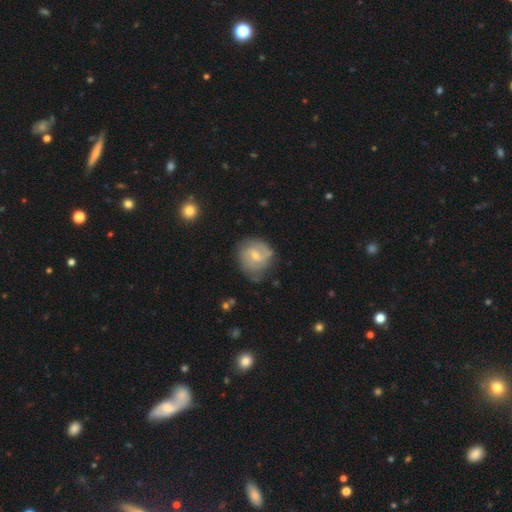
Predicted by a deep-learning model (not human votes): smooth_or_featured: featured or disk (p=0.66) [alt: smooth p=0.28]
disk_edge_on: no (p=0.98) [alt: yes p=0.02]
bar: weak (p=0.59) [alt: no p=0.30]
has_spiral_arms: yes (p=0.87) [alt: no p=0.13]
spiral_winding: medium (p=0.44) [alt: tight p=0.37]
spiral_arm_count: 2 (p=0.61) [alt: can't tell p=0.22]
bulge_size: small (p=0.58) [alt: moderate p=0.37]
merging: none (p=0.63) [alt: minor disturbance p=0.25]